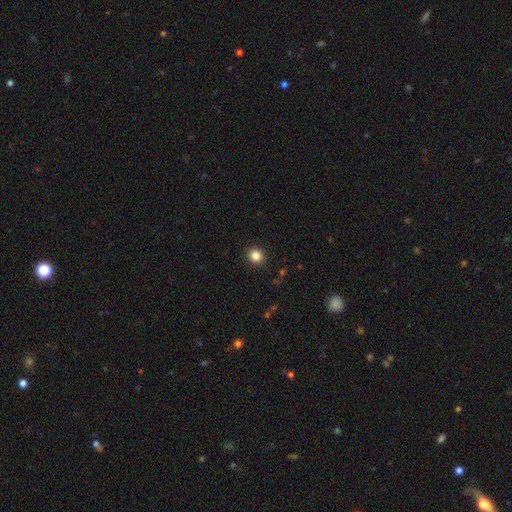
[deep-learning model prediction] Smooth or featured? Predicted: smooth (p=0.85). How rounded? Predicted: round (p=0.87). Merging? Predicted: none (p=0.92).